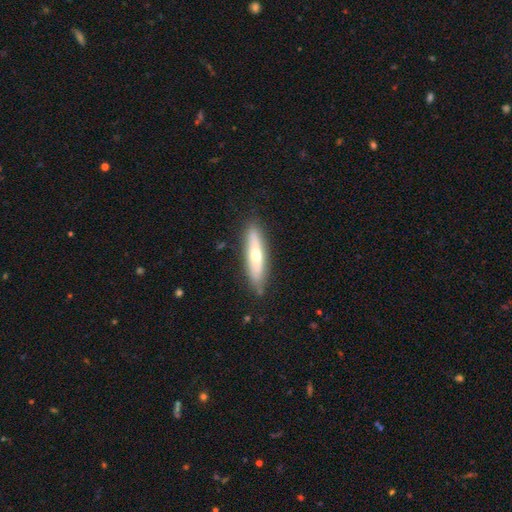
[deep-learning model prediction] Morphology: type=featured or disk (47%, tied with smooth); merging=none (84%).